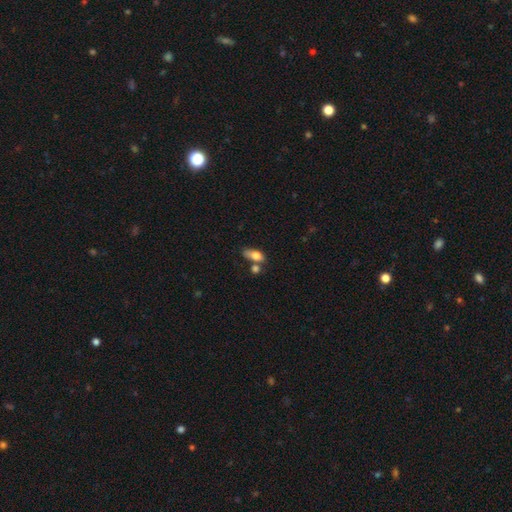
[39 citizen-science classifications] smooth 87%, featured or disk 13%, star or artifact 0%. Down the decision tree: how rounded — in between (91%); merging — none (44%).